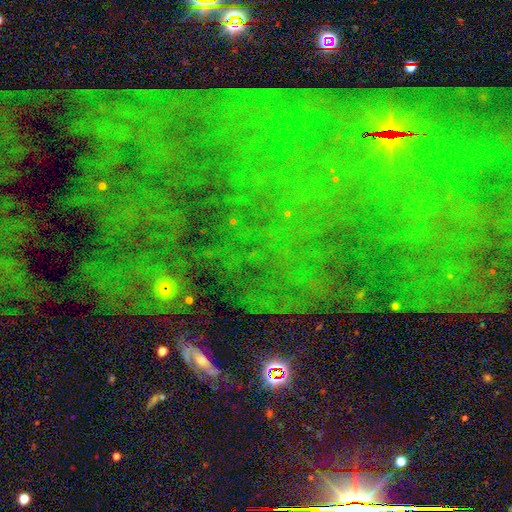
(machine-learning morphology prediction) Q: Smooth or featured?
A: star or artifact (78%); runner-up: featured or disk (11%)